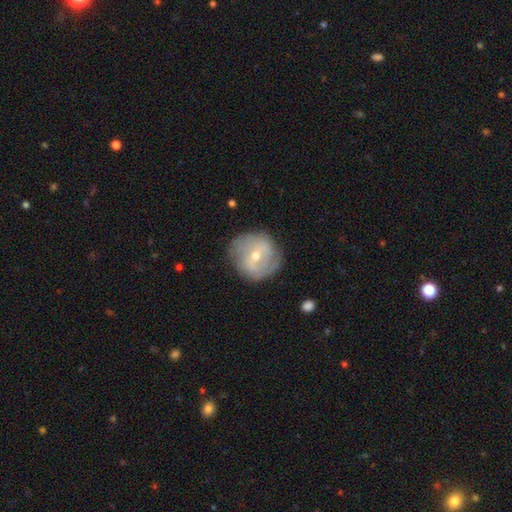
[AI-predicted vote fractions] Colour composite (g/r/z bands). It shows a featured or disk galaxy (66%) with a weak bar (48%), spiral arms (75%) and a moderate central bulge (49%). Merging: none (78%).